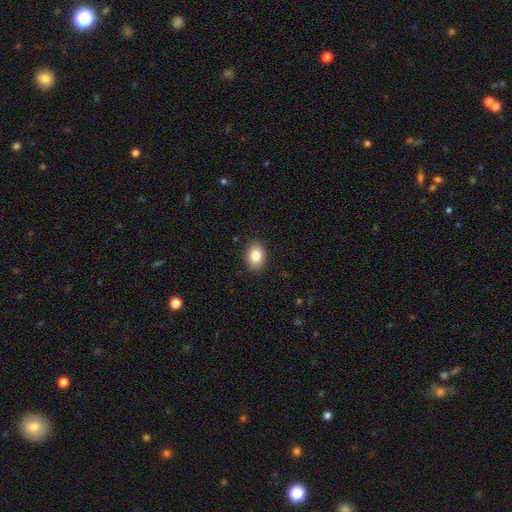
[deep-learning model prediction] A smooth galaxy with no disk features (85%) that is in between round and cigar-shaped (78%). Merging: none (89%).